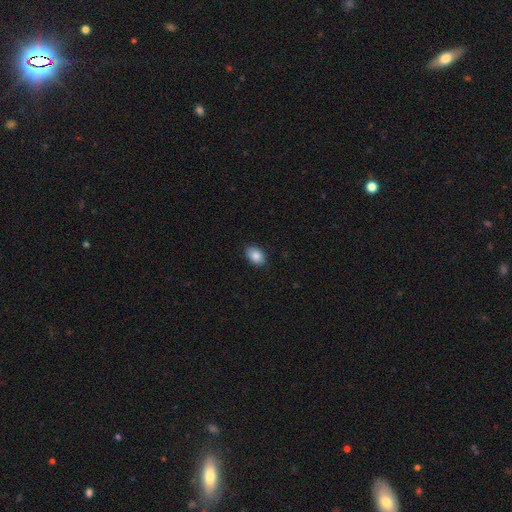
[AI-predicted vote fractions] Smooth or featured? Predicted: smooth (p=0.86). How rounded? Predicted: in between (p=0.86). Merging? Predicted: none (p=0.88).